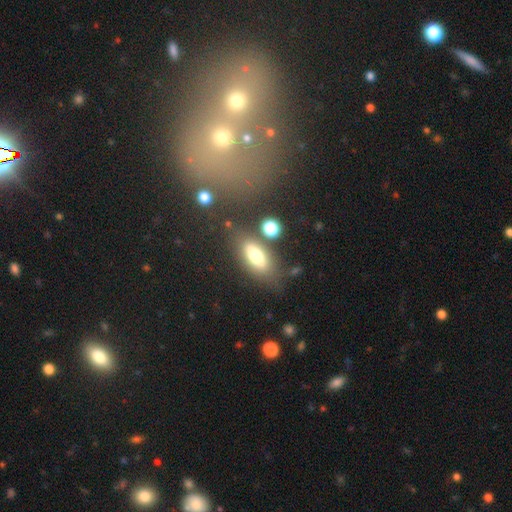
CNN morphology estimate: A smooth galaxy with no disk features (71%) that is in between round and cigar-shaped (81%).

Vote fractions:
- Smooth or featured? smooth: 71% / featured or disk: 19% / star or artifact: 10%
- How rounded? in between: 81% / cigar-shaped: 12% / round: 7%
- Merging? none: 69% / minor disturbance: 15% / merger: 9% / major disturbance: 7%